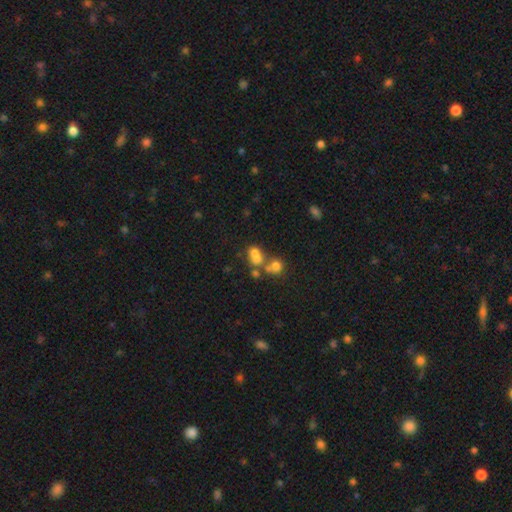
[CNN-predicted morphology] Smooth or featured? smooth (61%)
How rounded? round (56%)
Merging? merger (54%)